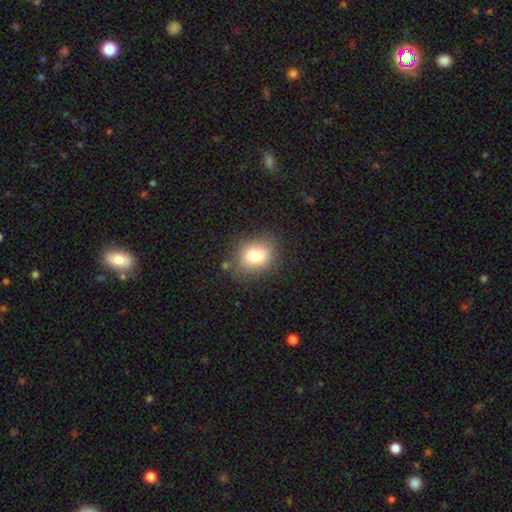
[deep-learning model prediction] This is likely a smooth galaxy (76%). How rounded: likely round (63%). Merging: likely none (79%).